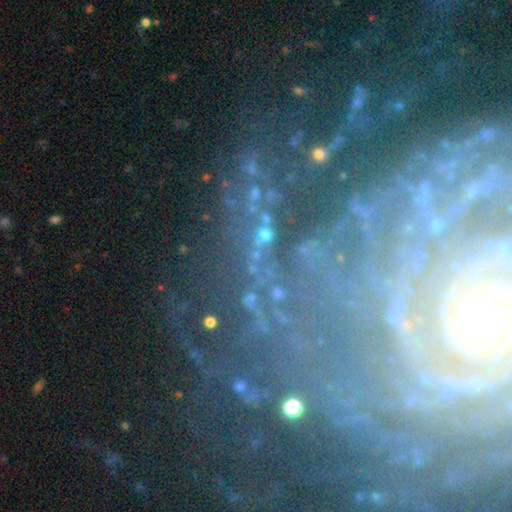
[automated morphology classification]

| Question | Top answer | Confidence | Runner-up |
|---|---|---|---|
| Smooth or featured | featured or disk | 45% | star or artifact (42%) |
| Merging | none | 64% | minor disturbance (16%) |